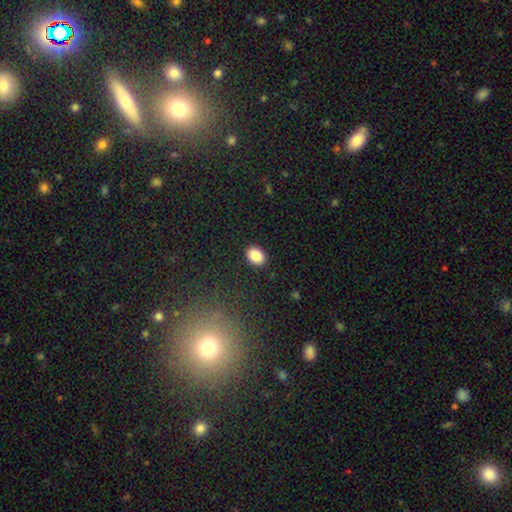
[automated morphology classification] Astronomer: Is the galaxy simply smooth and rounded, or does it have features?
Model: smooth — 87%.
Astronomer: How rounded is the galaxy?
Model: in between — 77%.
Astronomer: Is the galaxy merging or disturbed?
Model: none — 89%.